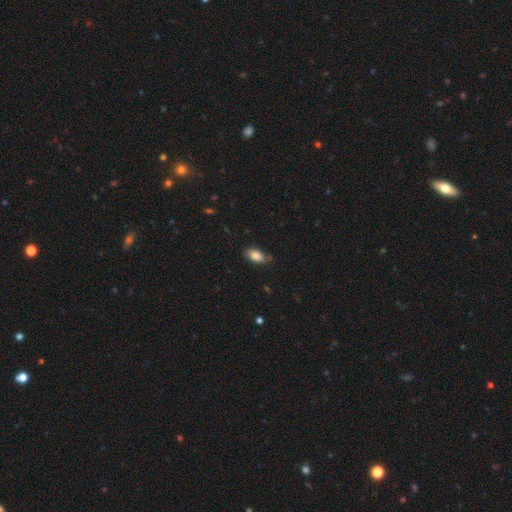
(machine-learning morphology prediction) Q: Smooth or featured?
A: smooth (83%); runner-up: featured or disk (10%)
Q: How rounded?
A: in between (91%); runner-up: cigar-shaped (4%)
Q: Merging?
A: none (72%); runner-up: minor disturbance (22%)